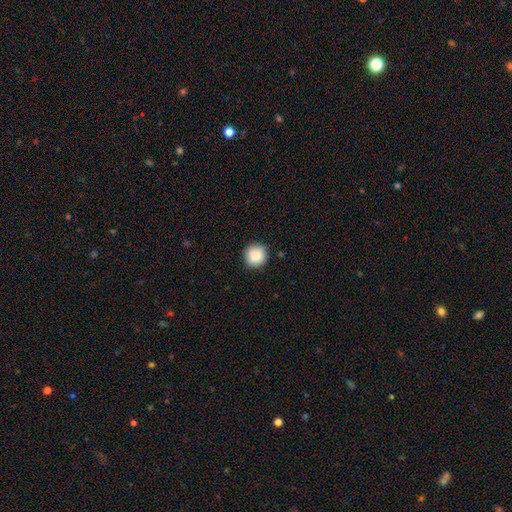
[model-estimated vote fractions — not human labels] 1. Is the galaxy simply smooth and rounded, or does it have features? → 88% smooth, 8% star or artifact, 4% featured or disk.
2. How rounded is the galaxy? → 93% round, 6% in between, 1% cigar-shaped.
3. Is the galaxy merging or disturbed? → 88% none, 9% minor disturbance, 2% major disturbance, 1% merger.